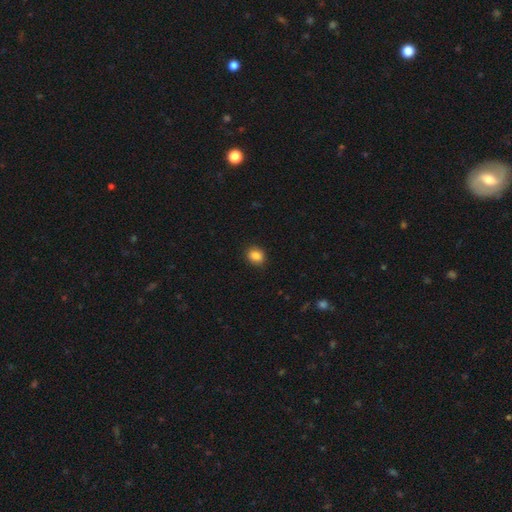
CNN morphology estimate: smooth-or-featured: smooth: 86% | star or artifact: 10% | featured or disk: 4%
  how-rounded: round: 59% | in between: 40% | cigar-shaped: 1%
  merging: none: 90% | minor disturbance: 7% | major disturbance: 2% | merger: 1%